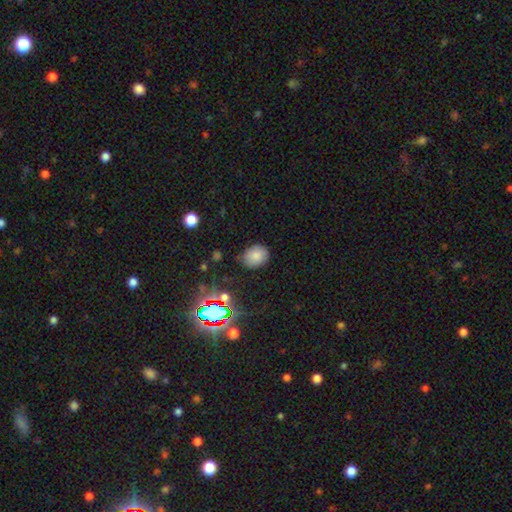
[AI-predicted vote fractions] smooth-or-featured: smooth: 79% | star or artifact: 13% | featured or disk: 7%
  how-rounded: round: 52% | in between: 47% | cigar-shaped: 1%
  merging: none: 79% | minor disturbance: 16% | major disturbance: 4% | merger: 2%